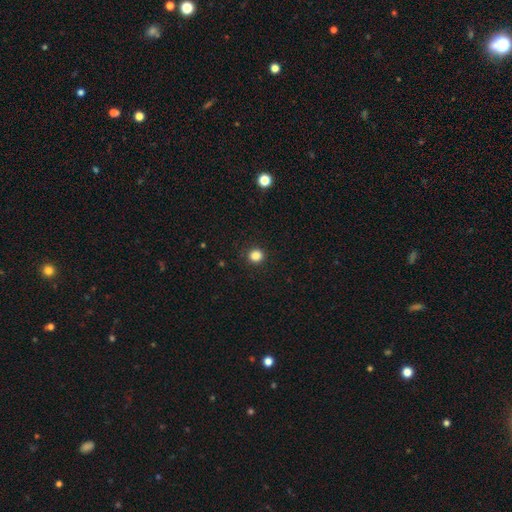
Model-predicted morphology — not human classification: smooth-or-featured: smooth: 85% | star or artifact: 12% | featured or disk: 3%
  how-rounded: round: 90% | in between: 9% | cigar-shaped: 1%
  merging: none: 92% | minor disturbance: 5% | major disturbance: 2% | merger: 1%